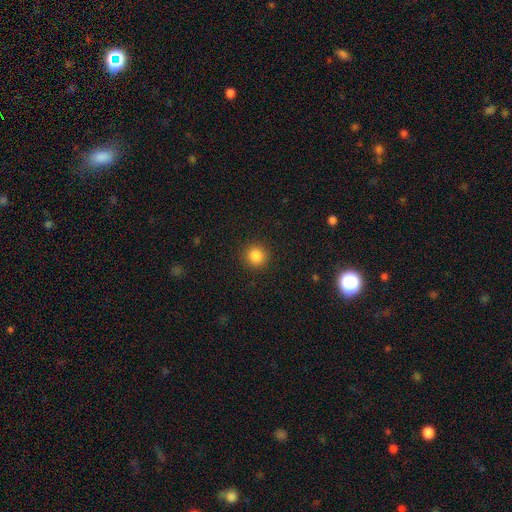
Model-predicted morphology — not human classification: A smooth galaxy with no disk features (86%) that is round (92%).

Vote fractions:
- Smooth or featured? smooth: 86% / star or artifact: 11% / featured or disk: 4%
- How rounded? round: 92% / in between: 7% / cigar-shaped: 1%
- Merging? none: 91% / minor disturbance: 6% / major disturbance: 2% / merger: 1%